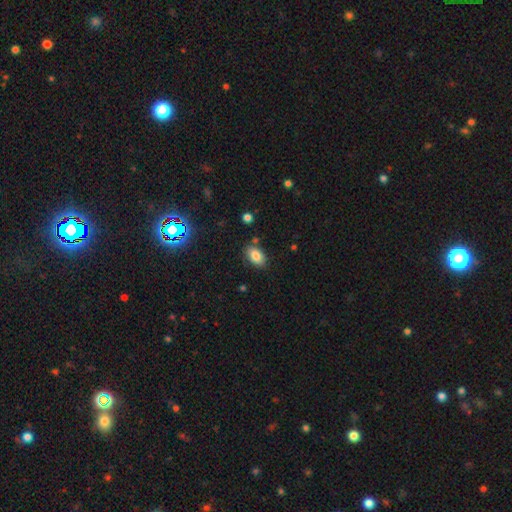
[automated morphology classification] This is clearly a smooth galaxy (83%). How rounded: clearly in between (90%). Merging: clearly none (82%).